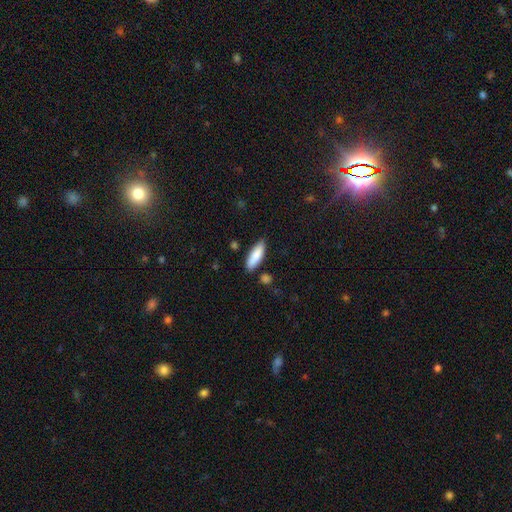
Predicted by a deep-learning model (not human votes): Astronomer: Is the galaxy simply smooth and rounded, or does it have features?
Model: smooth — 86%.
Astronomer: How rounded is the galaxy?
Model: in between — 58% (runner-up: cigar-shaped, 41%).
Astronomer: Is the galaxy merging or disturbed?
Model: none — 78%.